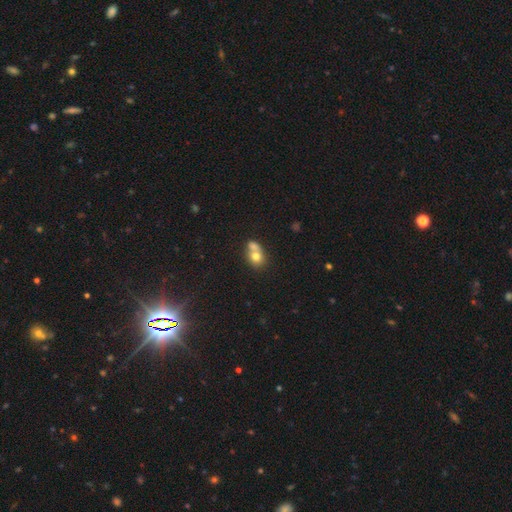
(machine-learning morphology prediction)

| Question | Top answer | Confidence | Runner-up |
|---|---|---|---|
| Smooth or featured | smooth | 72% | featured or disk (18%) |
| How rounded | round | 60% | in between (39%) |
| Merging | merger | 63% | none (26%) |